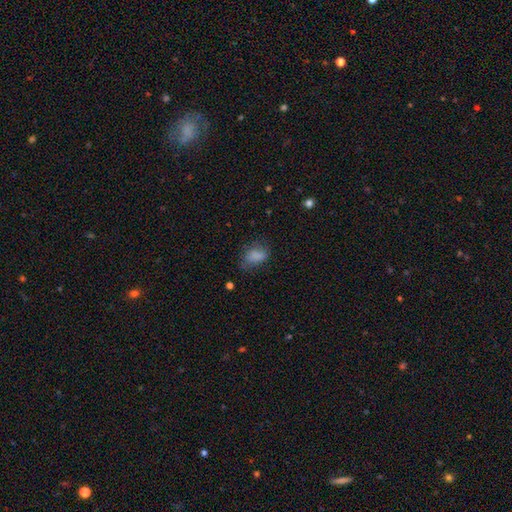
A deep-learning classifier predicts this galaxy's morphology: Smooth or featured?
  - smooth: 81% *
  - star or artifact: 10%
  - featured or disk: 9%
How rounded?
  - in between: 83% *
  - round: 14%
  - cigar-shaped: 2%
Merging?
  - none: 58% *
  - minor disturbance: 28%
  - major disturbance: 12%
  - merger: 2%